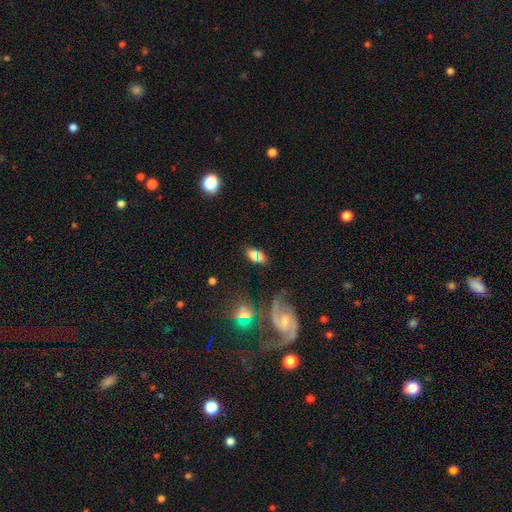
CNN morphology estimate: smooth 58%, featured or disk 22%, star or artifact 20%. Down the decision tree: how rounded — in between (85%); merging — none (67%).